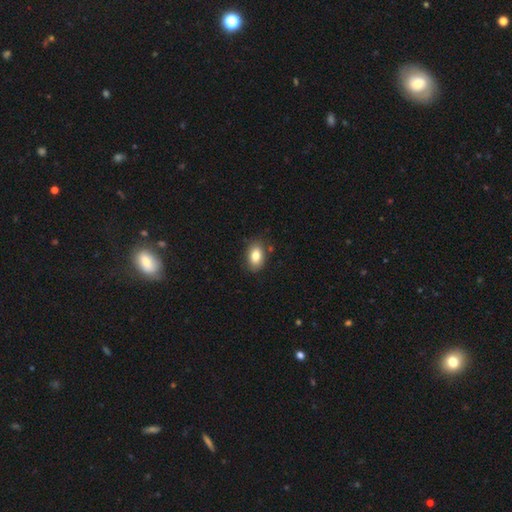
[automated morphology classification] Smooth or featured? Predicted: smooth (p=0.82). How rounded? Predicted: in between (p=0.88). Merging? Predicted: none (p=0.84).